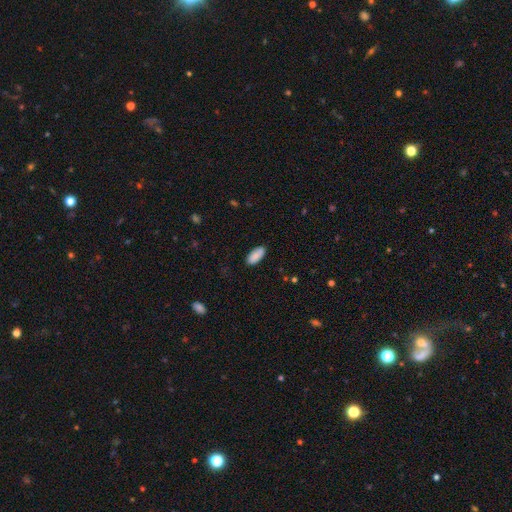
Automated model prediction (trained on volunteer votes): The model was most divided on "how rounded": in between: 84%, cigar-shaped: 14%, round: 2%. More confident: smooth or featured — smooth (89%); merging — none (86%).